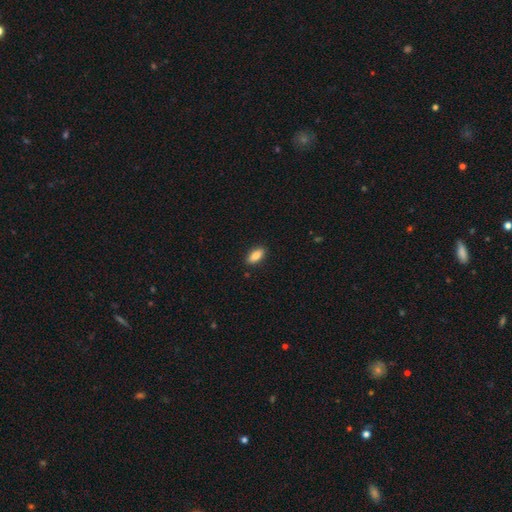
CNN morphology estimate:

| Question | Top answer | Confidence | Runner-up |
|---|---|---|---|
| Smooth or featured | smooth | 83% | featured or disk (9%) |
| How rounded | in between | 86% | cigar-shaped (11%) |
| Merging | none | 89% | minor disturbance (8%) |